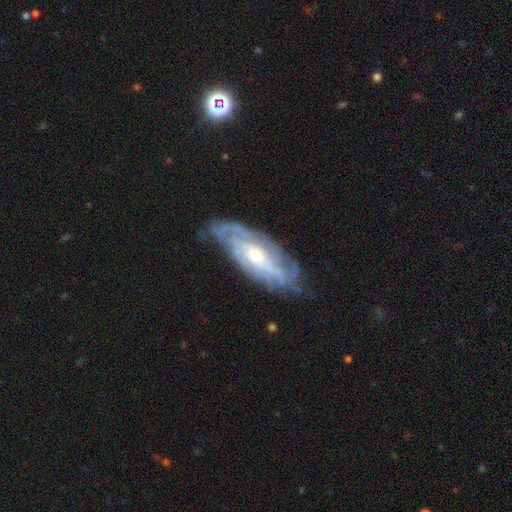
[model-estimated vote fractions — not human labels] This appears to be a featured or disk galaxy (83%) with no bar (65%), tight (62%) spiral arms (91%) and a moderate central bulge (47%). Merging: none (70%).